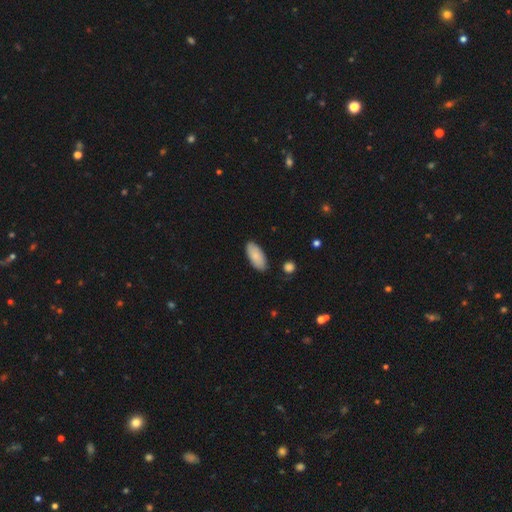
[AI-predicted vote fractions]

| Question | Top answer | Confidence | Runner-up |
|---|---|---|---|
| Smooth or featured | smooth | 84% | featured or disk (10%) |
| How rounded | in between | 91% | cigar-shaped (7%) |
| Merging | none | 83% | minor disturbance (13%) |